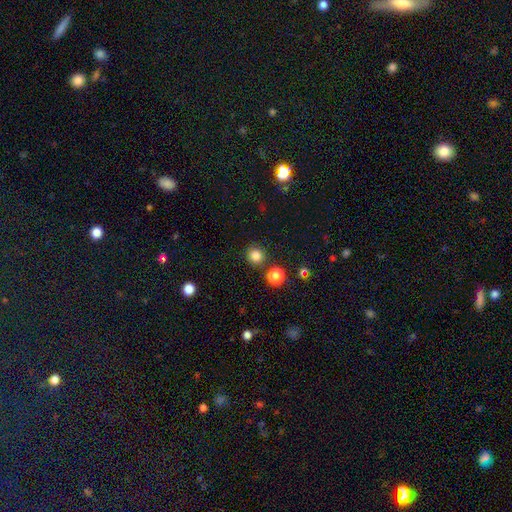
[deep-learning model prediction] Overall: smooth (82%). How rounded: round (93%). Merging: none (87%).